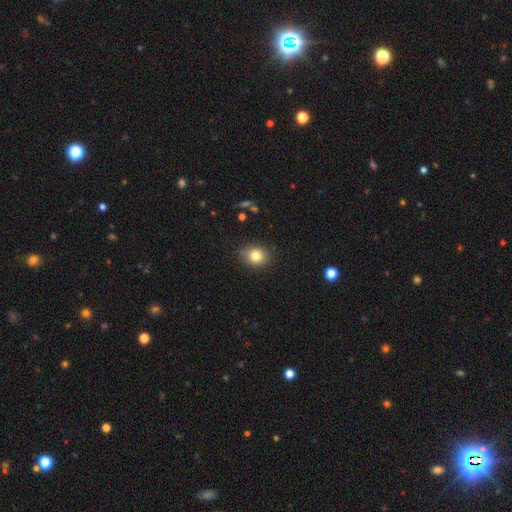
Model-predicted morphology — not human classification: Smooth or featured: smooth — 81% (star or artifact — 10%)
How rounded: round — 55% (in between — 44%)
Merging: none — 83% (minor disturbance — 13%)